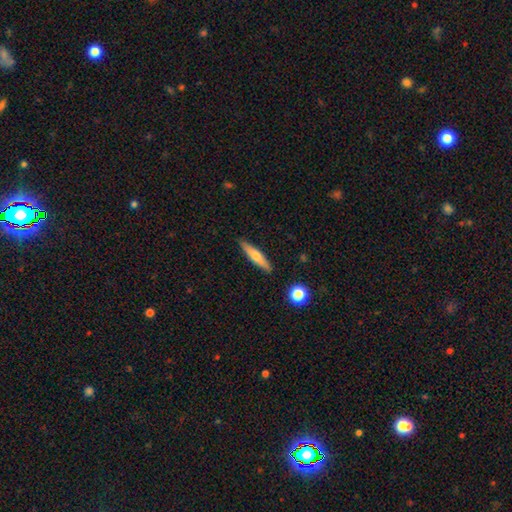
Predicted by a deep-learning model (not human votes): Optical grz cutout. It shows a smooth galaxy with no disk features (55%) that is cigar-shaped (85%). Merging: none (89%).